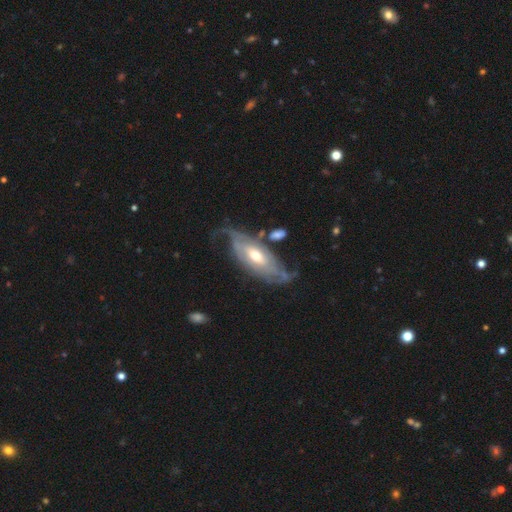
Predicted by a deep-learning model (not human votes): Q: Smooth or featured?
A: featured or disk (80%); runner-up: smooth (15%)
Q: Edge-on disk?
A: no (87%); runner-up: yes (13%)
Q: Bar?
A: no (55%); runner-up: weak (33%)
Q: Spiral arms?
A: yes (85%); runner-up: no (15%)
Q: Spiral winding?
A: tight (52%); runner-up: medium (30%)
Q: Spiral arm count?
A: can't tell (44%); runner-up: 2 (38%)
Q: Bulge size?
A: moderate (67%); runner-up: small (24%)
Q: Merging?
A: none (52%); runner-up: minor disturbance (24%)